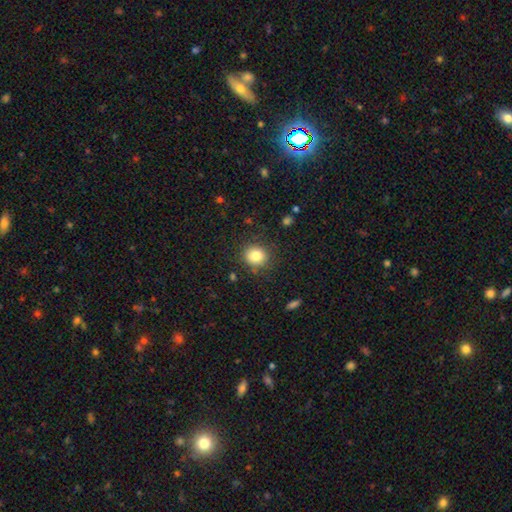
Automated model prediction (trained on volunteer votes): This is clearly a smooth galaxy (82%). How rounded: clearly round (83%). Merging: clearly none (85%).